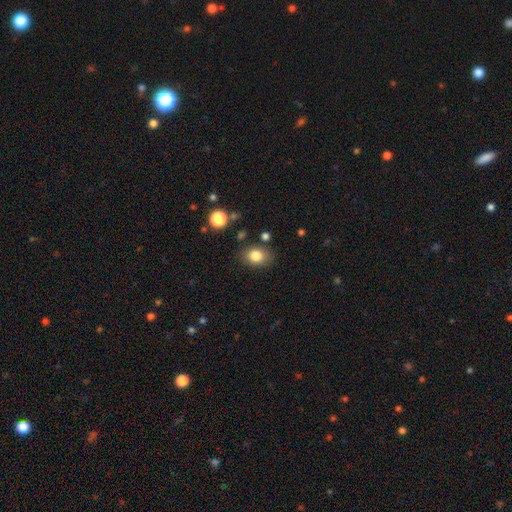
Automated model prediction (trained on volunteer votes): The model was most divided on "how rounded": in between: 62%, round: 37%, cigar-shaped: 1%. More confident: smooth or featured — smooth (82%); merging — none (81%).